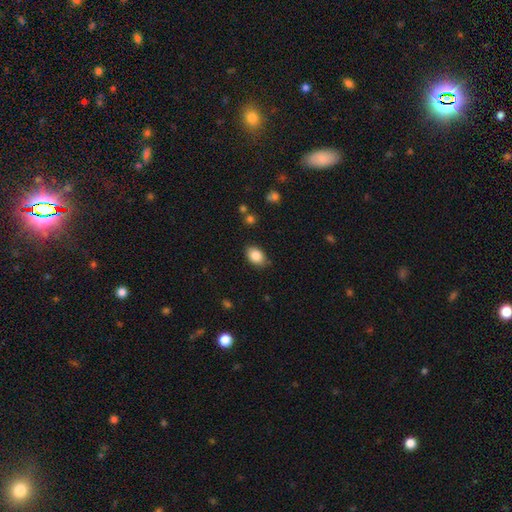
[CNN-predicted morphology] smooth 86%, star or artifact 8%, featured or disk 6%. Down the decision tree: how rounded — in between (84%); merging — none (83%).